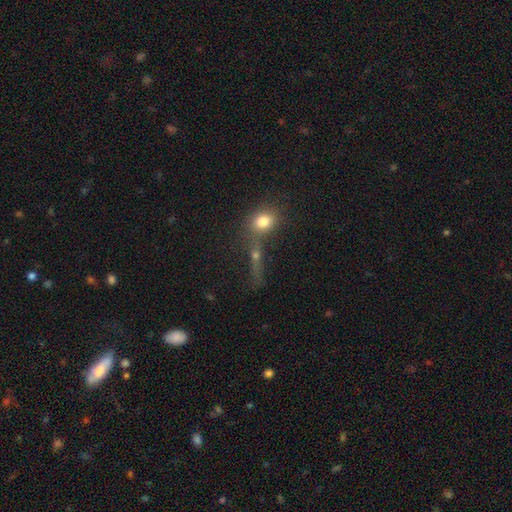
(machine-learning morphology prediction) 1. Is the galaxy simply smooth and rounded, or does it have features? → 55% smooth, 23% star or artifact, 22% featured or disk.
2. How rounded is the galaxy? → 45% round, 36% in between, 19% cigar-shaped.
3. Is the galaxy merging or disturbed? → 42% none, 39% merger, 11% minor disturbance, 9% major disturbance.